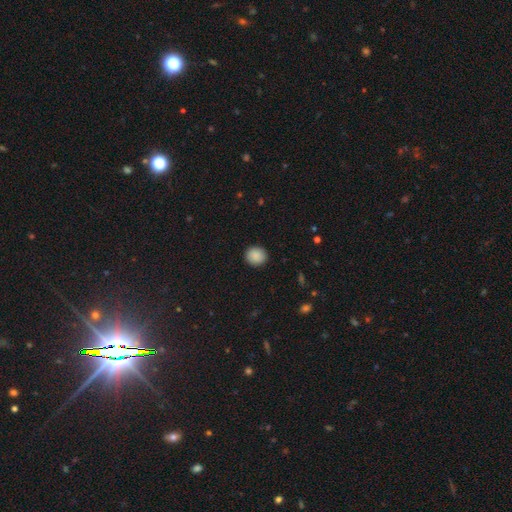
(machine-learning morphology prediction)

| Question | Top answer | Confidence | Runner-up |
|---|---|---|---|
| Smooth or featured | smooth | 89% | star or artifact (8%) |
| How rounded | round | 82% | in between (17%) |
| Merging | none | 91% | minor disturbance (6%) |